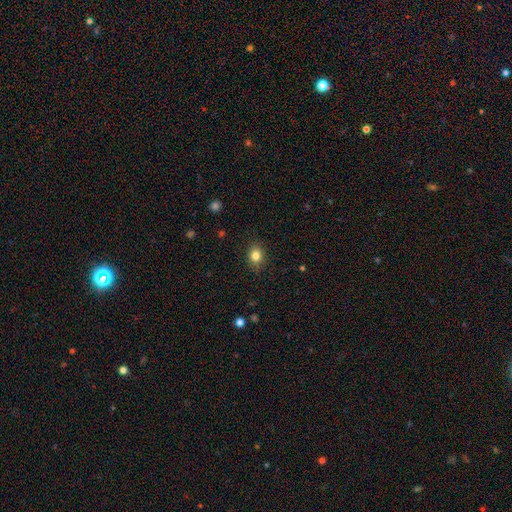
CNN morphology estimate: A smooth galaxy with no disk features (82%) that is round (59%). Merging: none (87%).